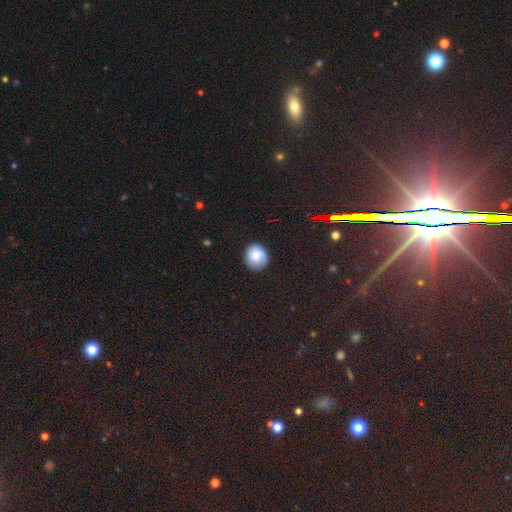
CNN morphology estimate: The model was most divided on "smooth or featured": smooth: 73%, featured or disk: 16%, star or artifact: 11%. More confident: merging — none (83%); how rounded — round (82%).